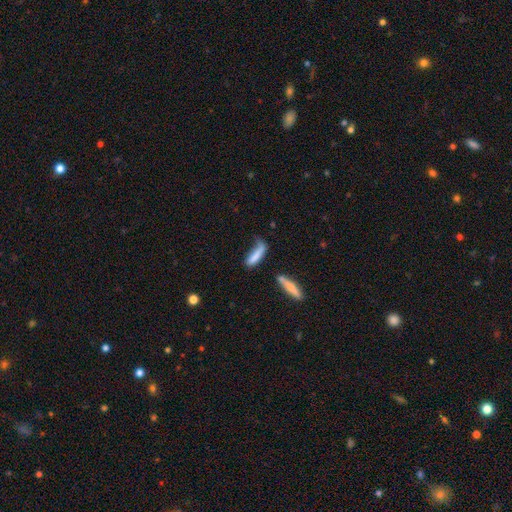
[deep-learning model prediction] Smooth or featured? Predicted: smooth (p=0.72). How rounded? Predicted: cigar-shaped (p=0.67). Merging? Predicted: none (p=0.33).